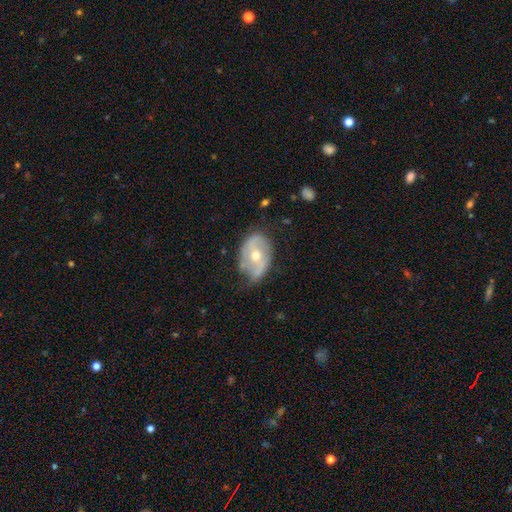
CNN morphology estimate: smooth-or-featured: featured or disk: 70% | smooth: 23% | star or artifact: 7%
  disk-edge-on: no: 94% | yes: 6%
    bar: no: 47% | weak: 33% | strong: 20%
    has-spiral-arms: yes: 69% | no: 31%
    bulge-size: moderate: 64% | small: 32% | large: 2% | none: 1% | dominant: 1%
  merging: none: 57% | minor disturbance: 31% | major disturbance: 10% | merger: 2%